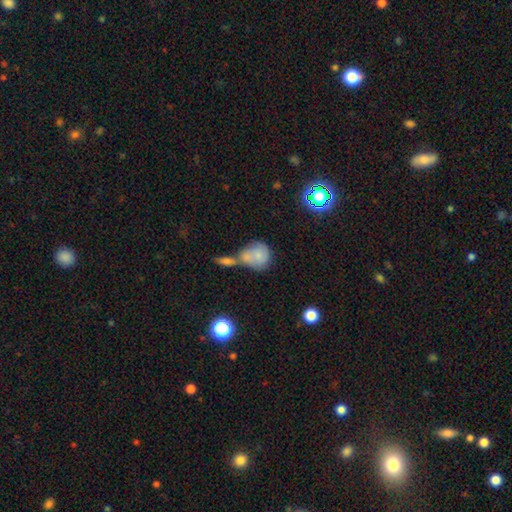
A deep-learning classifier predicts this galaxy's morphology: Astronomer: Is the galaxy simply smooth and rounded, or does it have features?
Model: smooth — 69%.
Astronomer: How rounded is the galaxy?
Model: round — 76%.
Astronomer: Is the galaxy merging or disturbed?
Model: merger — 56%.